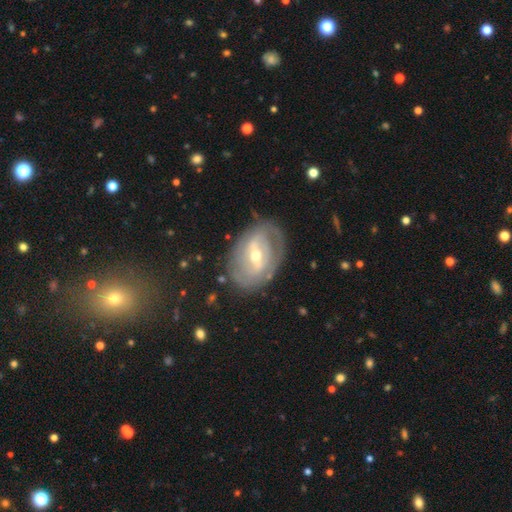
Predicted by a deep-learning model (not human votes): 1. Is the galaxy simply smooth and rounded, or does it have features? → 79% featured or disk, 15% smooth, 6% star or artifact.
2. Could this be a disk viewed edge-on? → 94% no, 6% yes.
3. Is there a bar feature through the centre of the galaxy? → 43% weak, 41% strong, 16% no.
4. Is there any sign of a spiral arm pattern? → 72% yes, 28% no.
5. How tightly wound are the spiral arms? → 59% tight, 28% medium, 12% loose.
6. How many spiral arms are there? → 45% 2, 37% can't tell, 7% 3, 6% 1, 3% 4, 2% more than 4.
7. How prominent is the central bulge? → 57% moderate, 39% small, 3% large, 1% none, 1% dominant.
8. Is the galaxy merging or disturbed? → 74% none, 17% minor disturbance, 7% major disturbance, 2% merger.